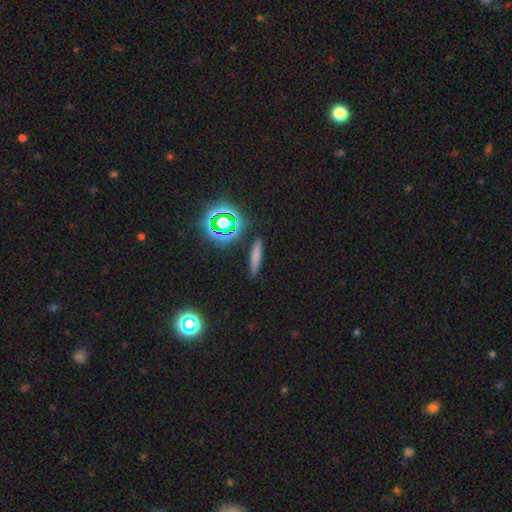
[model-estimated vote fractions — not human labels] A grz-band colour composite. It shows a smooth galaxy with no disk features (67%) that is cigar-shaped (87%). Merging: none (88%).